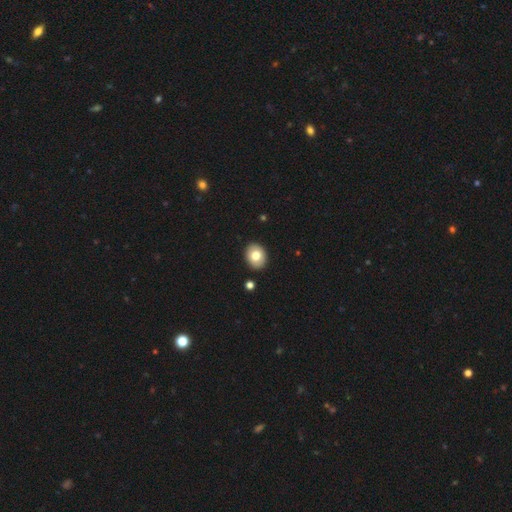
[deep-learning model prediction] smooth 76%, featured or disk 16%, star or artifact 8%. Down the decision tree: how rounded — in between (56%); merging — none (89%).